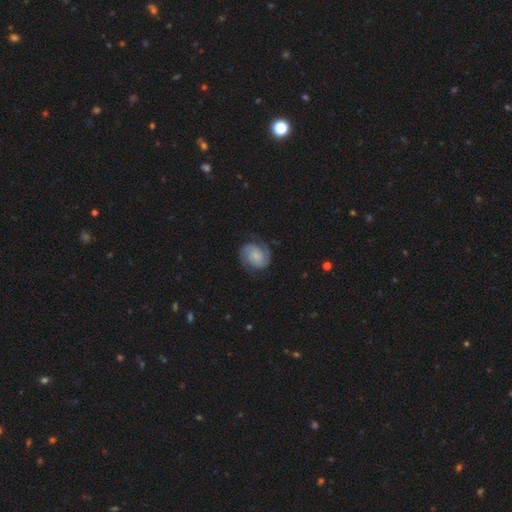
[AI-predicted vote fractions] smooth_or_featured: featured or disk (p=0.66) [alt: smooth p=0.26]
disk_edge_on: no (p=0.98) [alt: yes p=0.02]
bar: no (p=0.65) [alt: weak p=0.29]
has_spiral_arms: yes (p=0.94) [alt: no p=0.06]
spiral_winding: tight (p=0.45) [alt: medium p=0.40]
spiral_arm_count: 2 (p=0.85) [alt: can't tell p=0.07]
bulge_size: small (p=0.38) [alt: none p=0.32]
merging: none (p=0.75) [alt: minor disturbance p=0.16]